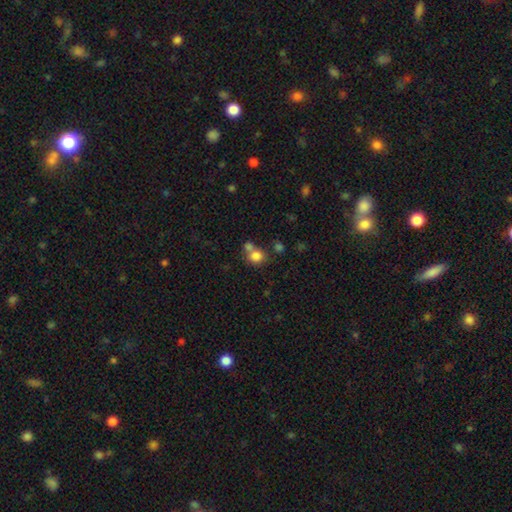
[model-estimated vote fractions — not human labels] Smooth or featured?
  - smooth: 80% *
  - star or artifact: 12%
  - featured or disk: 9%
How rounded?
  - round: 79% *
  - in between: 20%
  - cigar-shaped: 1%
Merging?
  - none: 49% *
  - merger: 38%
  - minor disturbance: 9%
  - major disturbance: 4%